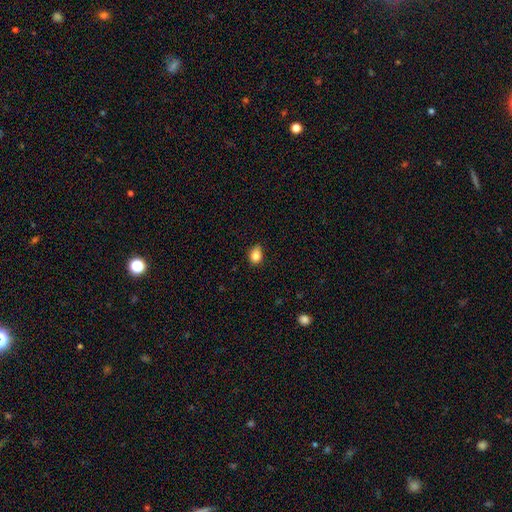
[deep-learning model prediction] The model was most divided on "how rounded": in between: 64%, round: 34%, cigar-shaped: 1%. More confident: smooth or featured — smooth (85%); merging — none (68%).